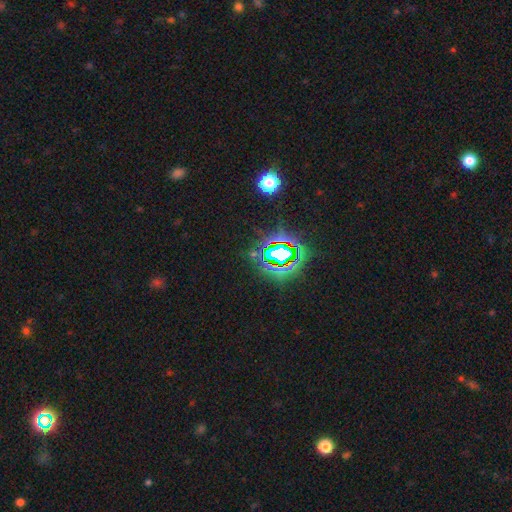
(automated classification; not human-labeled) A star or artifact, not a galaxy (77%).

Vote fractions:
- Smooth or featured? star or artifact: 77% / smooth: 14% / featured or disk: 9%